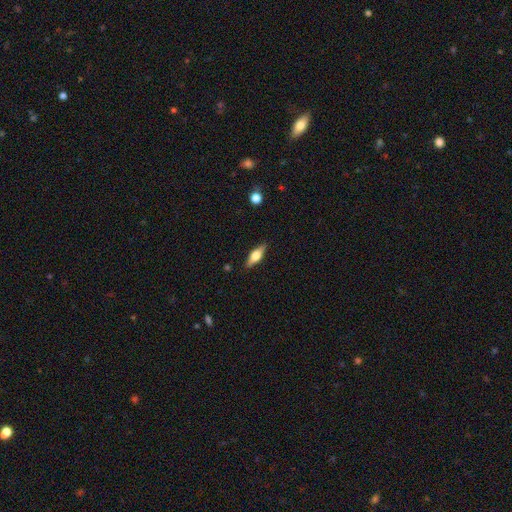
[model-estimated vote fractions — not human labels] Smooth or featured?
  - featured or disk: 50% *
  - smooth: 43%
  - star or artifact: 7%
Edge-on disk?
  - yes: 93% *
  - no: 7%
Merging?
  - none: 87% *
  - minor disturbance: 9%
  - major disturbance: 2%
  - merger: 1%